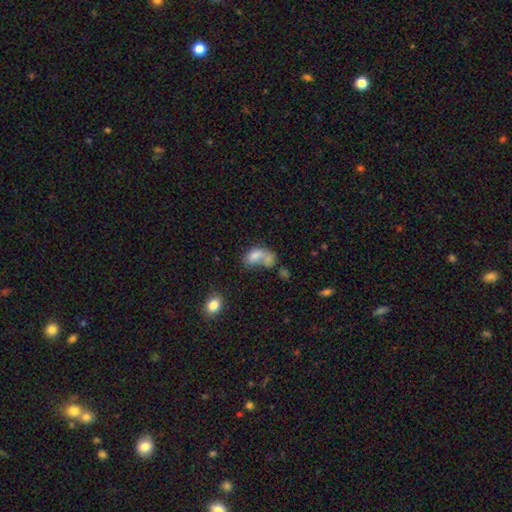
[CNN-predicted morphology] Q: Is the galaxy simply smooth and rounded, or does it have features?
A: smooth — 73%.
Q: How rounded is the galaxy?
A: in between — 86%.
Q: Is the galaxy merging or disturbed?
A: merger — 57%.